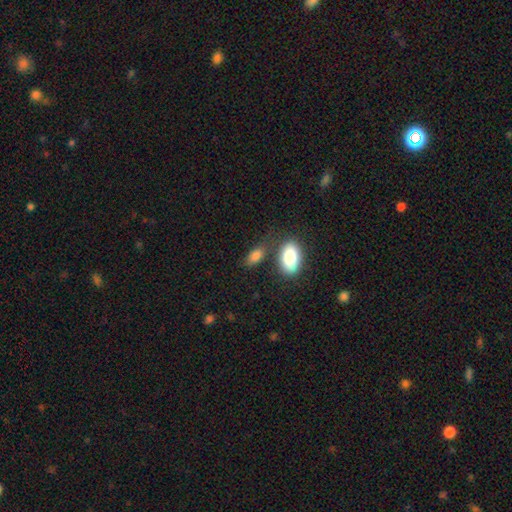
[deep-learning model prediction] smooth_or_featured: smooth (p=0.84) [alt: featured or disk p=0.08]
how_rounded: in between (p=0.87) [alt: round p=0.07]
merging: none (p=0.62) [alt: merger p=0.17]